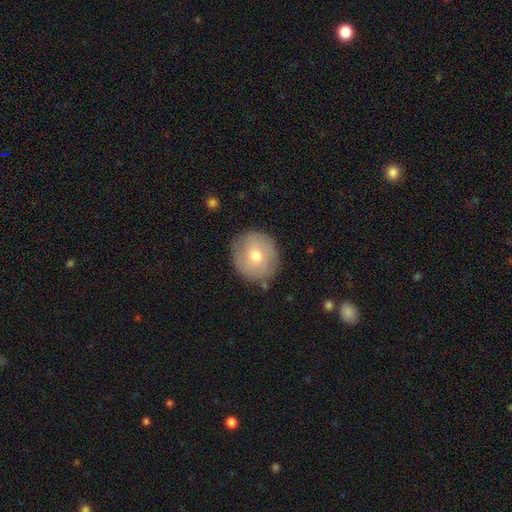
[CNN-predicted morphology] The model was most divided on "smooth or featured": smooth: 55%, featured or disk: 37%, star or artifact: 7%. More confident: how rounded — round (85%); merging — none (83%).